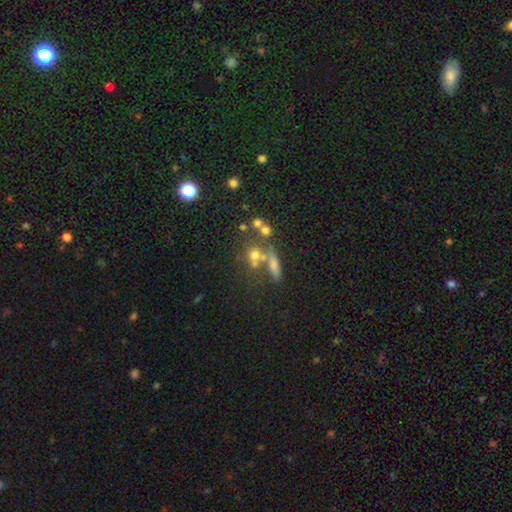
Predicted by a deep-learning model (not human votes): Smooth or featured? smooth (48%)
Merging? none (43%)